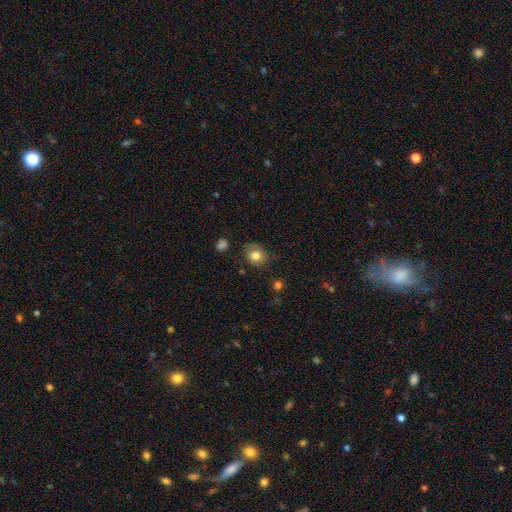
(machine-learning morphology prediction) Smooth or featured? smooth (81%)
How rounded? round (71%)
Merging? none (70%)